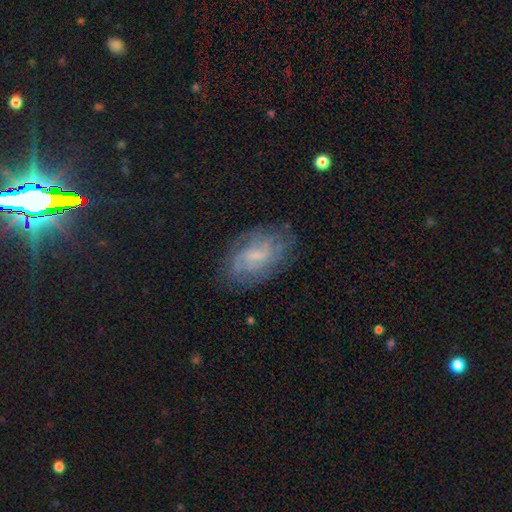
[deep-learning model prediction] The model was most divided on "bar": weak: 49%, no: 41%, strong: 10%. More confident: edge-on disk — no (95%); spiral arms — yes (82%); merging — none (72%); smooth or featured — featured or disk (62%); bulge size — small (51%).